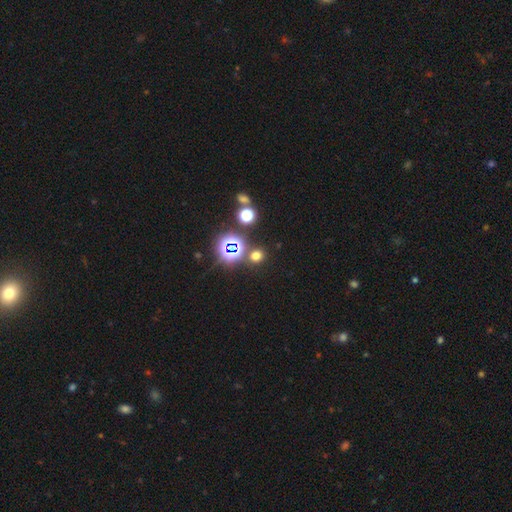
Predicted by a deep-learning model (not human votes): Morphology: type=smooth (60%); roundness=round (80%); merging=none (83%).